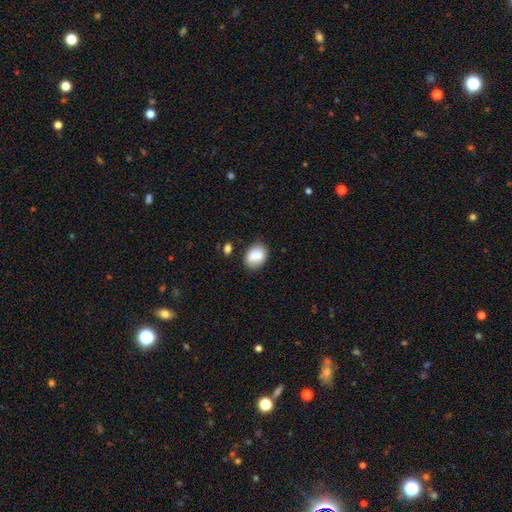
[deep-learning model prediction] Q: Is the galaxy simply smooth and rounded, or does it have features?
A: smooth — 85%.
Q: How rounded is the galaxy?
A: in between — 66%.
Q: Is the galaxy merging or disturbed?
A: none — 74%.